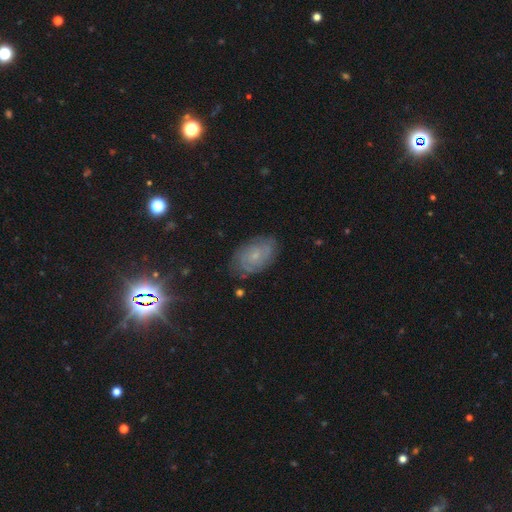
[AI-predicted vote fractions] A featured or disk galaxy (64%) with no bar (74%), tight (64%) spiral arms (87%) and a small central bulge (77%).

Vote fractions:
- Smooth or featured? featured or disk: 64% / smooth: 23% / star or artifact: 13%
- Edge-on disk? no: 96% / yes: 4%
- Bar? no: 74% / weak: 23% / strong: 4%
- Spiral arms? yes: 87% / no: 13%
- Spiral winding? tight: 64% / medium: 28% / loose: 8%
- Spiral arm count? can't tell: 43% / 2: 33% / 3: 10% / 4: 5% / 1: 4% / more than 4: 4%
- Bulge size? small: 77% / moderate: 16% / none: 5% / large: 1% / dominant: 1%
- Merging? none: 76% / minor disturbance: 17% / major disturbance: 5% / merger: 2%